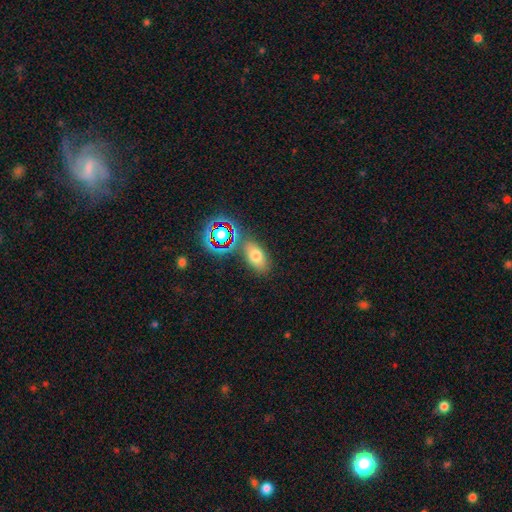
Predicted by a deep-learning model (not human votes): Q: Smooth or featured?
A: smooth (68%); runner-up: star or artifact (19%)
Q: How rounded?
A: in between (86%); runner-up: round (9%)
Q: Merging?
A: none (75%); runner-up: minor disturbance (13%)